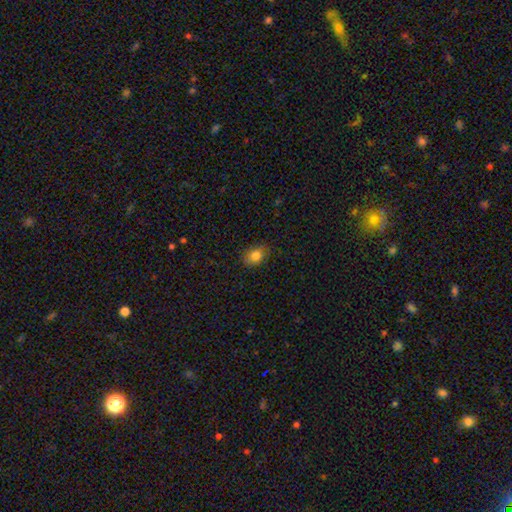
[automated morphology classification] A smooth galaxy with no disk features (80%) that is in between round and cigar-shaped (58%). Merging: none (82%).